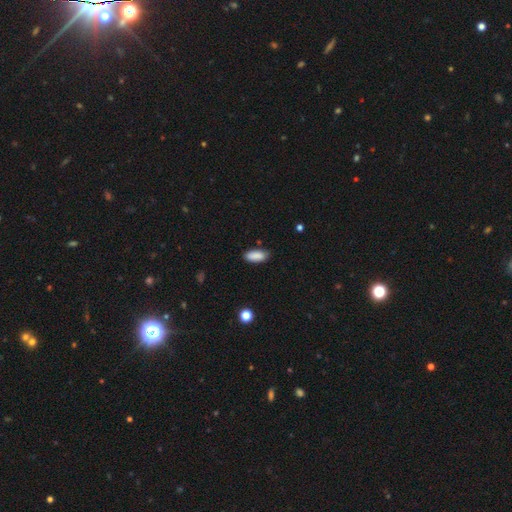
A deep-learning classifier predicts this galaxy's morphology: A smooth galaxy with no disk features (89%) that is in between round and cigar-shaped (84%).

Vote fractions:
- Smooth or featured? smooth: 89% / star or artifact: 7% / featured or disk: 4%
- How rounded? in between: 84% / cigar-shaped: 14% / round: 2%
- Merging? none: 83% / minor disturbance: 13% / major disturbance: 2% / merger: 1%